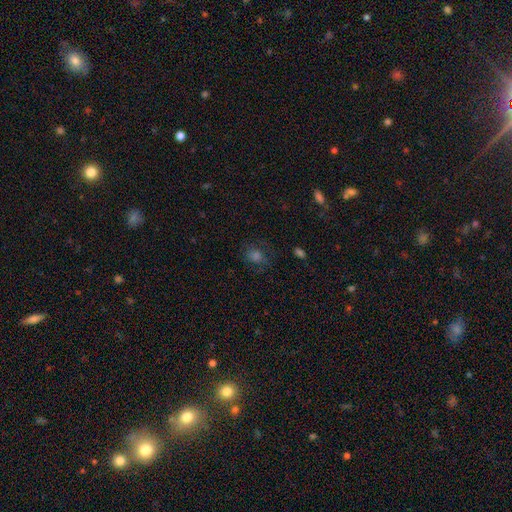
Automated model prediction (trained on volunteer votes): smooth 51%, star or artifact 31%, featured or disk 19%. Down the decision tree: how rounded — round (62%); merging — none (70%).